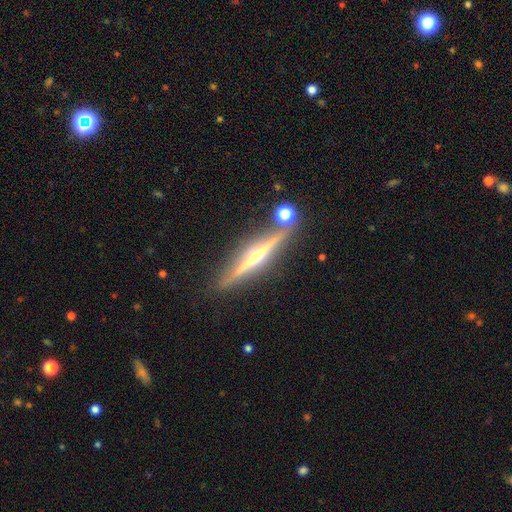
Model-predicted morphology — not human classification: Smooth or featured: featured or disk — 82% (smooth — 12%)
Edge-on disk: yes — 97% (no — 3%)
Edge-on bulge: rounded — 87% (none — 9%)
Merging: none — 82% (minor disturbance — 9%)